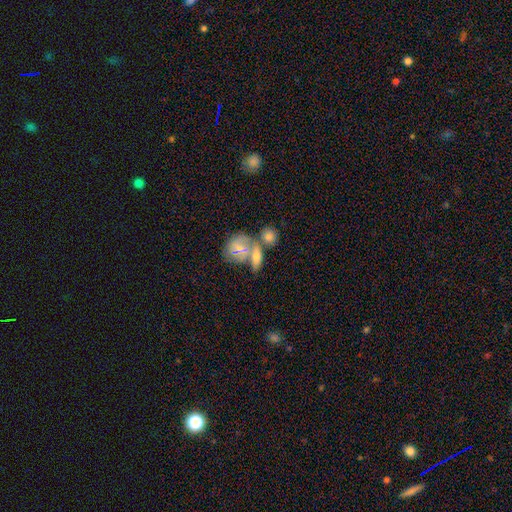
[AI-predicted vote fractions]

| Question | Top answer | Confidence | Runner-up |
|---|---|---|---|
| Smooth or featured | smooth | 57% | featured or disk (31%) |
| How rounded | in between | 59% | round (31%) |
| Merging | merger | 46% | none (33%) |